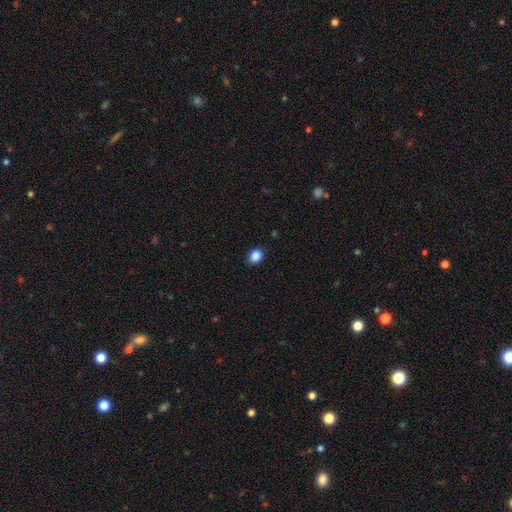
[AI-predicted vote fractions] Smooth or featured? smooth (87%)
How rounded? in between (51%)
Merging? none (88%)